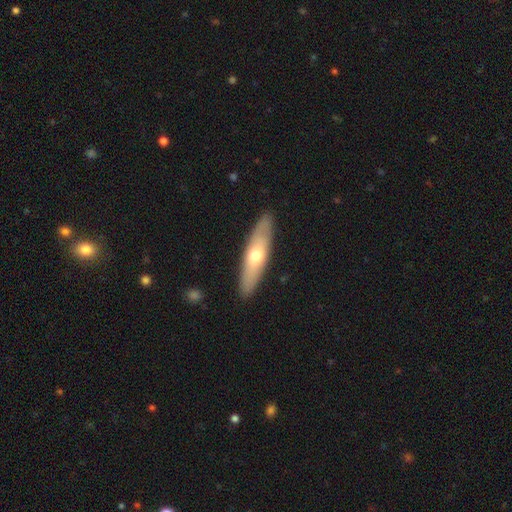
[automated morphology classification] Q: Smooth or featured?
A: smooth (52%); runner-up: featured or disk (42%)
Q: How rounded?
A: cigar-shaped (70%); runner-up: in between (28%)
Q: Merging?
A: none (89%); runner-up: minor disturbance (8%)